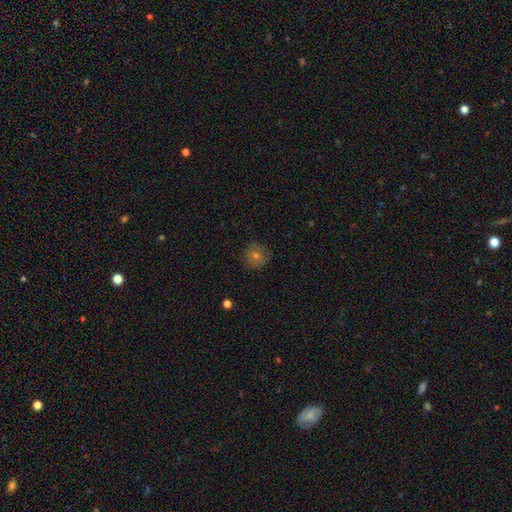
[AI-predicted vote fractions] Smooth or featured?
  - smooth: 60% *
  - featured or disk: 21%
  - star or artifact: 19%
How rounded?
  - round: 93% *
  - in between: 6%
  - cigar-shaped: 1%
Merging?
  - none: 86% *
  - minor disturbance: 10%
  - major disturbance: 3%
  - merger: 1%